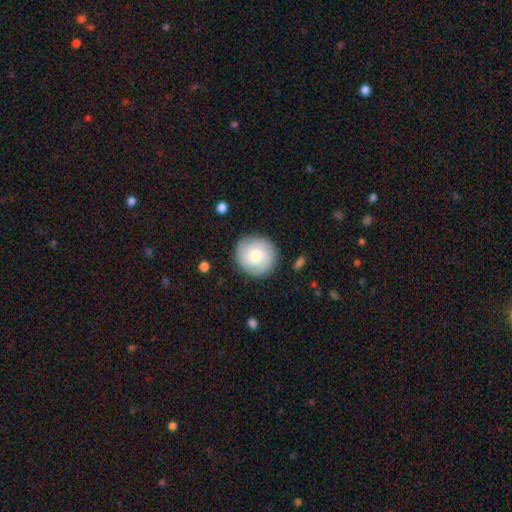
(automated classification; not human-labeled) A smooth galaxy with no disk features (69%) that is round (93%).

Vote fractions:
- Smooth or featured? smooth: 69% / featured or disk: 25% / star or artifact: 7%
- How rounded? round: 93% / in between: 6% / cigar-shaped: 1%
- Merging? none: 88% / minor disturbance: 8% / major disturbance: 2% / merger: 1%